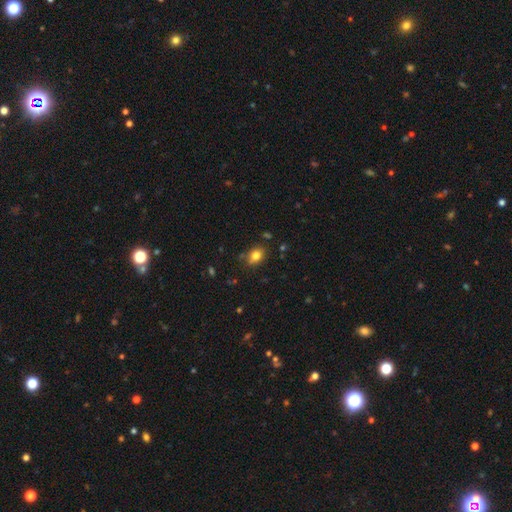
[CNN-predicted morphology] Smooth or featured?
  - smooth: 80% *
  - star or artifact: 11%
  - featured or disk: 9%
How rounded?
  - in between: 65% *
  - round: 34%
  - cigar-shaped: 1%
Merging?
  - none: 77% *
  - minor disturbance: 15%
  - merger: 5%
  - major disturbance: 4%